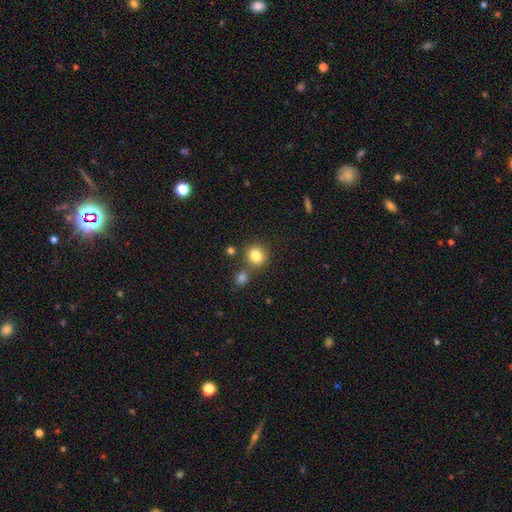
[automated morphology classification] Smooth or featured? Predicted: smooth (p=0.83). How rounded? Predicted: round (p=0.88). Merging? Predicted: none (p=0.72).